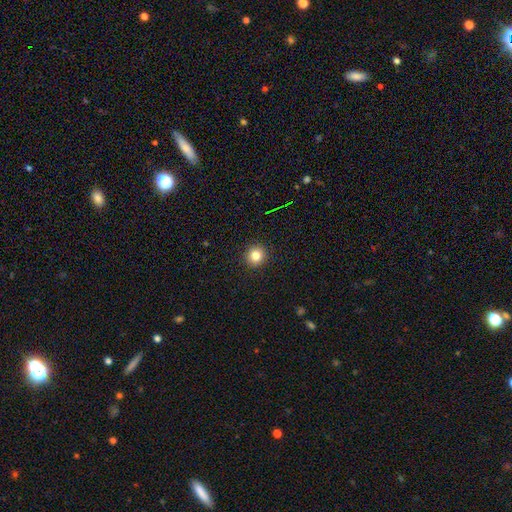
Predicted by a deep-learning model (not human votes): A smooth galaxy with no disk features (82%) that is round (93%).

Vote fractions:
- Smooth or featured? smooth: 82% / star or artifact: 12% / featured or disk: 6%
- How rounded? round: 93% / in between: 6% / cigar-shaped: 1%
- Merging? none: 92% / minor disturbance: 5% / major disturbance: 2% / merger: 1%